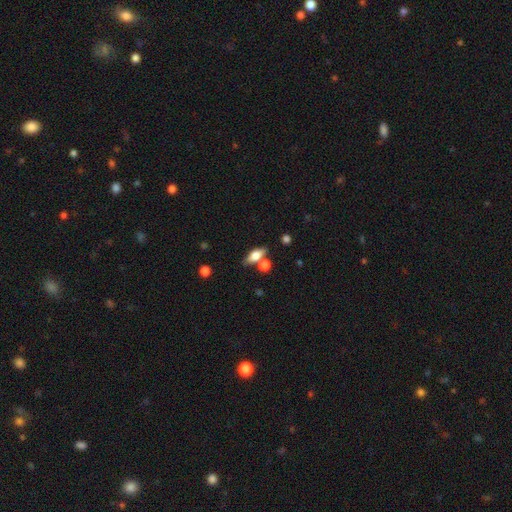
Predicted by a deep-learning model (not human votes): Smooth or featured: smooth — 63% (featured or disk — 29%)
How rounded: in between — 70% (cigar-shaped — 23%)
Merging: none — 66% (merger — 18%)